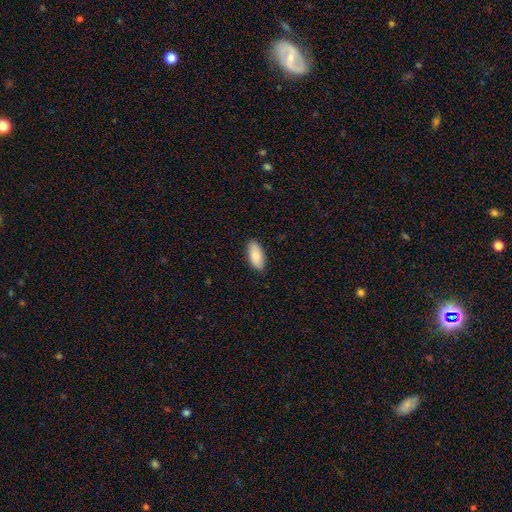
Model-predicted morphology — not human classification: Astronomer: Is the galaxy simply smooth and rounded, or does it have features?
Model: smooth — 87%.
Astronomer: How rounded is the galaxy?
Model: in between — 90%.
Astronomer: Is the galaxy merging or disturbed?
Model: none — 88%.